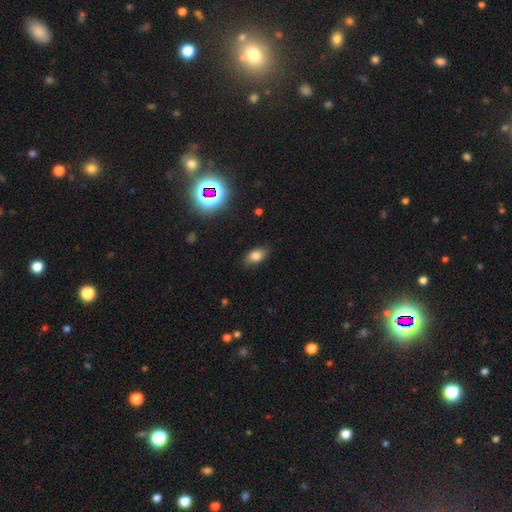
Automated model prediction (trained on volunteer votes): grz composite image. It shows a smooth galaxy with no disk features (79%) that is in between round and cigar-shaped (88%). Merging: none (84%).